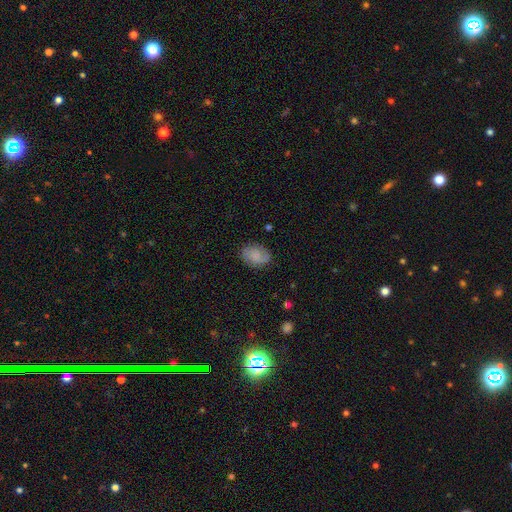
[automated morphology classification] The model was most divided on "smooth or featured": smooth: 52%, featured or disk: 40%, star or artifact: 9%. More confident: merging — none (79%); how rounded — in between (73%).